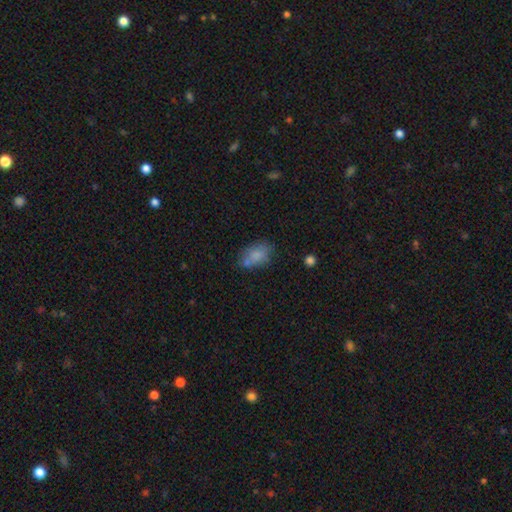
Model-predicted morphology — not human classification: The model was most divided on "merging": none: 54%, minor disturbance: 21%, merger: 17%, major disturbance: 7%. More confident: how rounded — in between (85%); smooth or featured — smooth (78%).